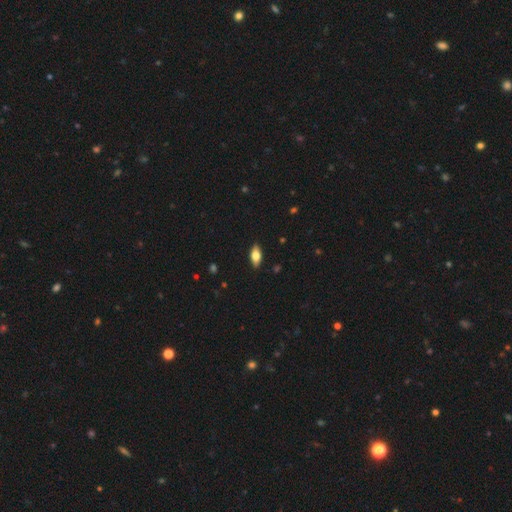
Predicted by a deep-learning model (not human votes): Smooth or featured? smooth (67%)
How rounded? in between (85%)
Merging? none (88%)